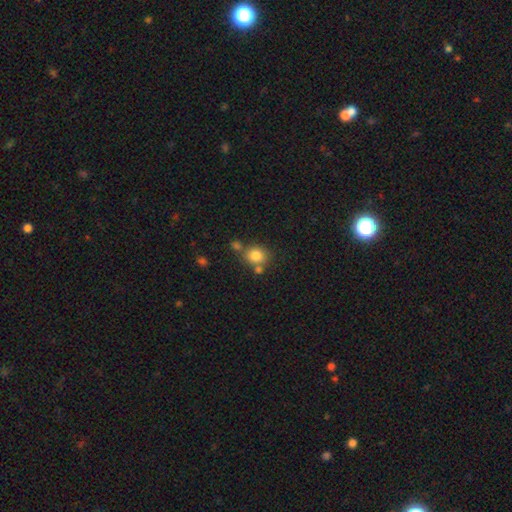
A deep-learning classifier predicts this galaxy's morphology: smooth_or_featured: smooth (p=0.82) [alt: star or artifact p=0.11]
how_rounded: round (p=0.76) [alt: in between p=0.23]
merging: none (p=0.62) [alt: merger p=0.21]